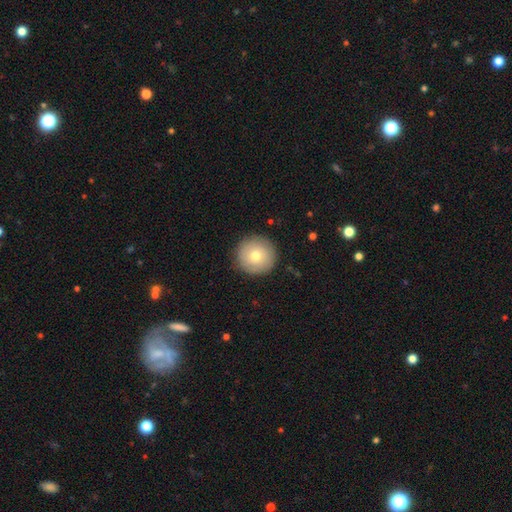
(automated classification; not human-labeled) smooth 74%, featured or disk 17%, star or artifact 8%. Down the decision tree: how rounded — round (96%); merging — none (90%).